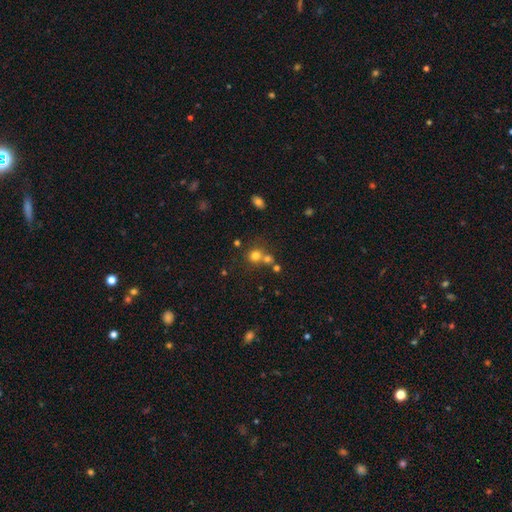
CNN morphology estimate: Smooth or featured? smooth (73%)
How rounded? round (85%)
Merging? none (53%)